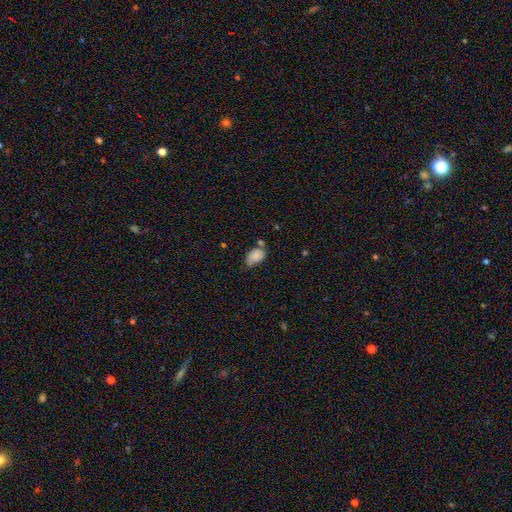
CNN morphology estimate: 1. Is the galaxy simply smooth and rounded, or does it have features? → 81% smooth, 10% featured or disk, 9% star or artifact.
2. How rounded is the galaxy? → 87% in between, 12% round, 2% cigar-shaped.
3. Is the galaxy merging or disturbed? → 45% none, 33% minor disturbance, 13% merger, 9% major disturbance.